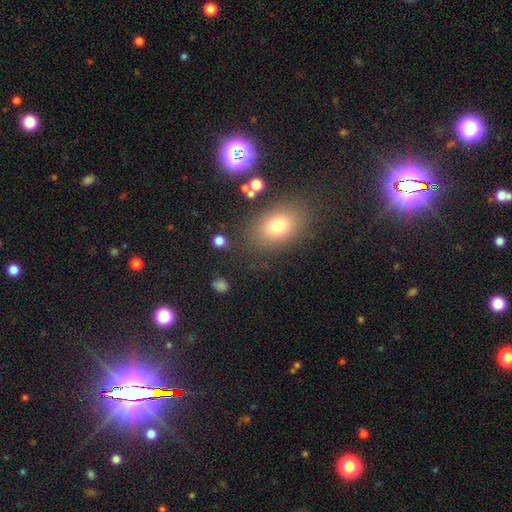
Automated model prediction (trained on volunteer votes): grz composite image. It shows a smooth galaxy with no disk features (48%). Merging: none (86%).